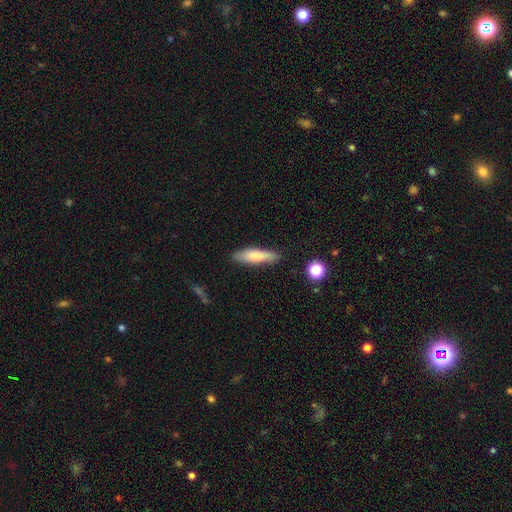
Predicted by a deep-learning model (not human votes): Smooth or featured?
  - smooth: 75% *
  - featured or disk: 19%
  - star or artifact: 6%
How rounded?
  - cigar-shaped: 71% *
  - in between: 27%
  - round: 2%
Merging?
  - none: 84% *
  - minor disturbance: 12%
  - major disturbance: 2%
  - merger: 2%